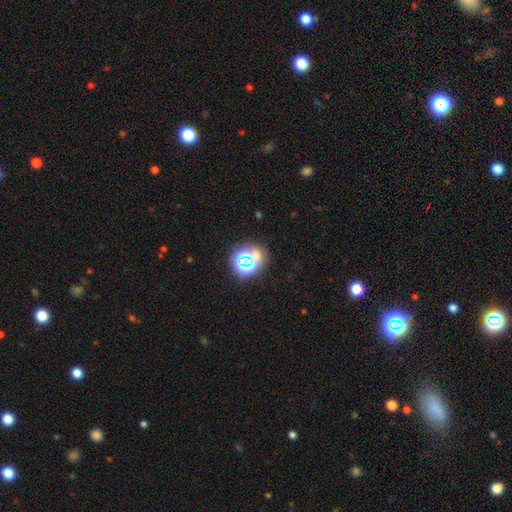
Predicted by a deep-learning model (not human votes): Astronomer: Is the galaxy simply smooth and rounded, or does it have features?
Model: star or artifact — 51% (runner-up: smooth, 36%).